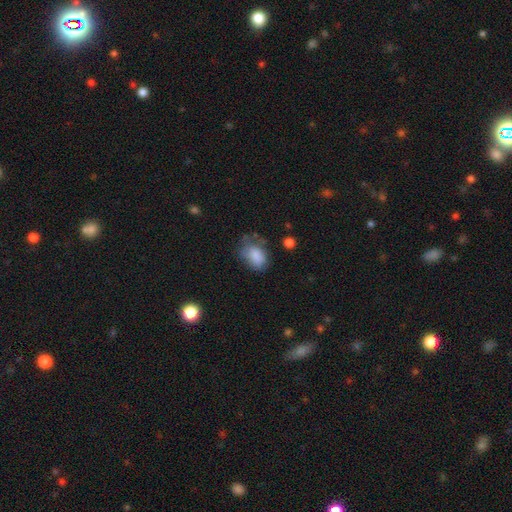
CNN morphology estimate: Smooth or featured? Predicted: smooth (p=0.81). How rounded? Predicted: in between (p=0.76). Merging? Predicted: none (p=0.49).